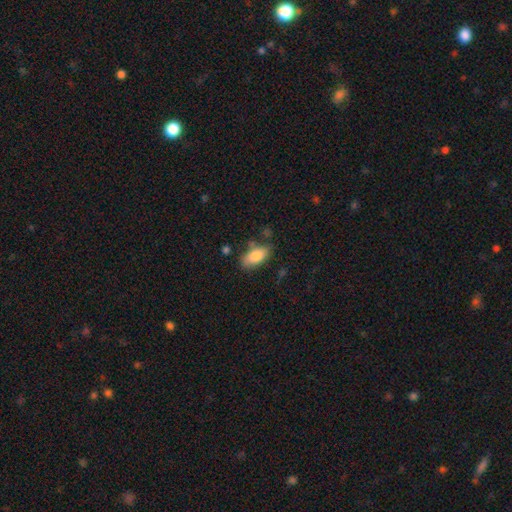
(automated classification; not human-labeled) Q: Smooth or featured?
A: smooth (84%); runner-up: featured or disk (9%)
Q: How rounded?
A: in between (88%); runner-up: cigar-shaped (9%)
Q: Merging?
A: none (68%); runner-up: minor disturbance (21%)